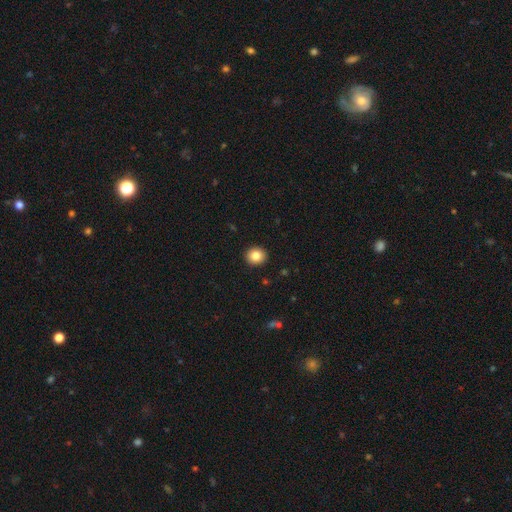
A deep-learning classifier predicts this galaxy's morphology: smooth 84%, star or artifact 9%, featured or disk 7%. Down the decision tree: how rounded — round (82%); merging — none (92%).